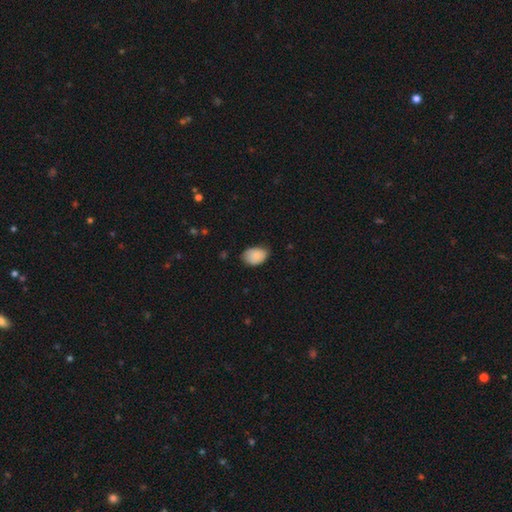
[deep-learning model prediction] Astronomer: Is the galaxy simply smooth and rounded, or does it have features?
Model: smooth — 87%.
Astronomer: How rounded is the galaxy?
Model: in between — 83%.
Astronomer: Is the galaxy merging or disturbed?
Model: none — 64%.